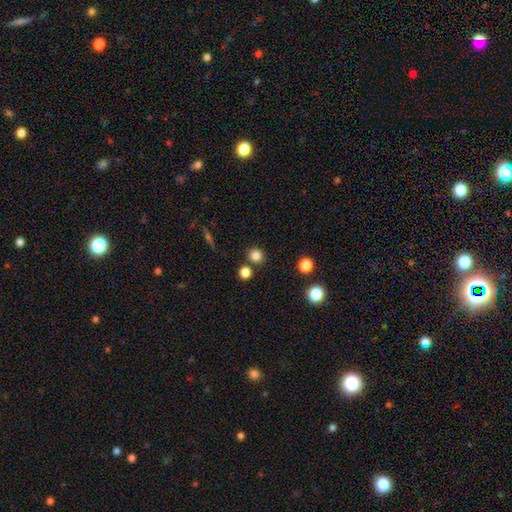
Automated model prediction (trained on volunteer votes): Smooth or featured? smooth (81%)
How rounded? round (91%)
Merging? none (81%)